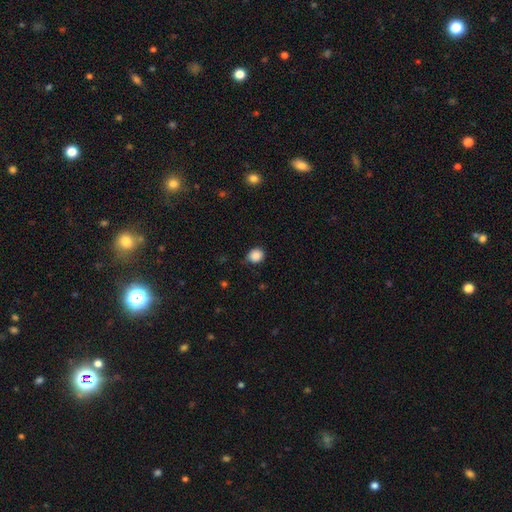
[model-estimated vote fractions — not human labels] smooth 87%, star or artifact 10%, featured or disk 4%. Down the decision tree: how rounded — round (81%); merging — none (73%).